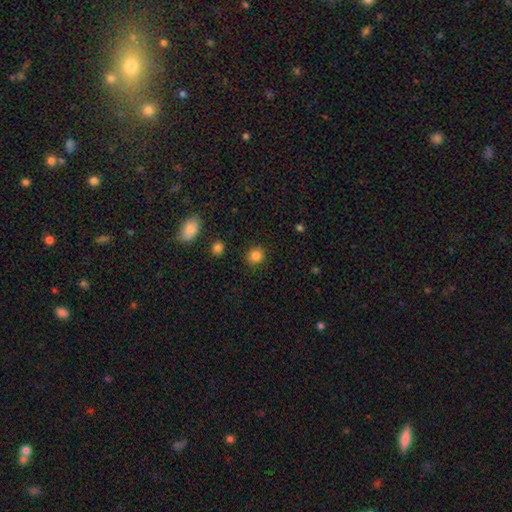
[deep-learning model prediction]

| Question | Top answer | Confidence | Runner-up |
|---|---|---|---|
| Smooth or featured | smooth | 85% | star or artifact (11%) |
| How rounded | round | 87% | in between (12%) |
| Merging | none | 88% | minor disturbance (8%) |